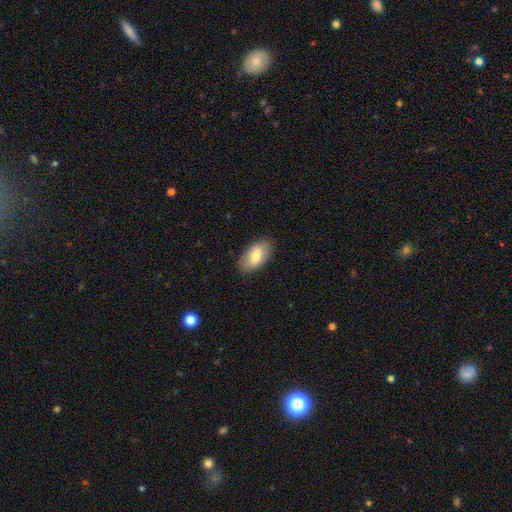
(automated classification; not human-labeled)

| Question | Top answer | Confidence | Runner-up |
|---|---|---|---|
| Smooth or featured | smooth | 81% | featured or disk (13%) |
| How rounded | in between | 94% | round (3%) |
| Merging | none | 85% | minor disturbance (11%) |